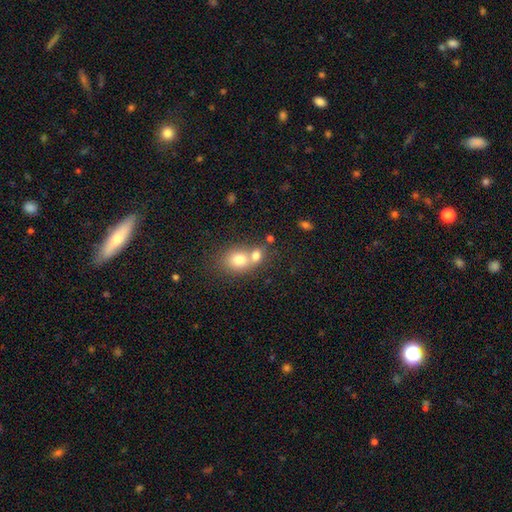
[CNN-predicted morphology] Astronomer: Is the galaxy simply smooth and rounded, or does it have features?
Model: smooth — 75%.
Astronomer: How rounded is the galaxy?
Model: round — 57% (runner-up: in between, 42%).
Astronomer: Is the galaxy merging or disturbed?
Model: merger — 63%.